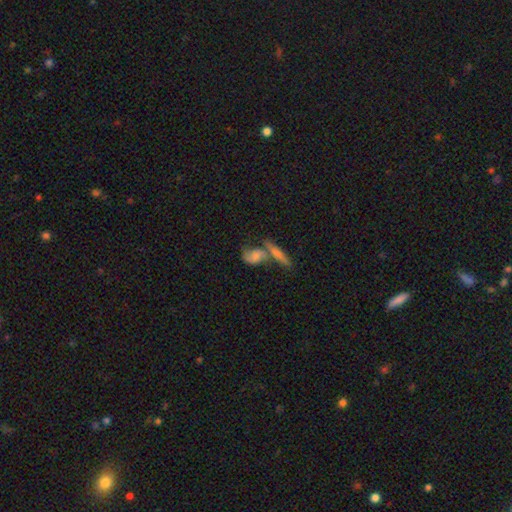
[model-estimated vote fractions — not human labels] This is possibly a featured or disk galaxy (47%). Merging: possibly merger (48%).